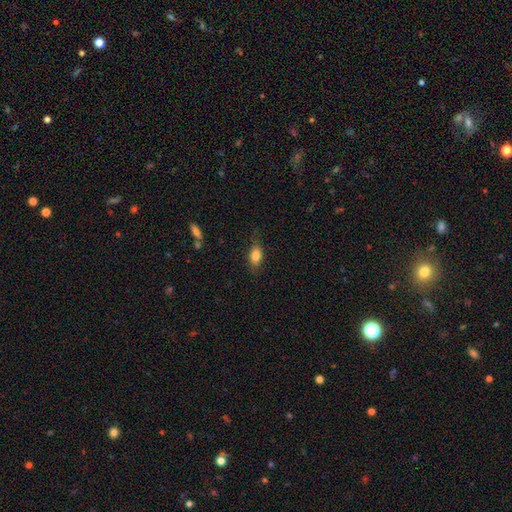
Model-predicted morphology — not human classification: smooth_or_featured: smooth (p=0.81) [alt: featured or disk p=0.11]
how_rounded: in between (p=0.83) [alt: round p=0.10]
merging: none (p=0.76) [alt: minor disturbance p=0.18]